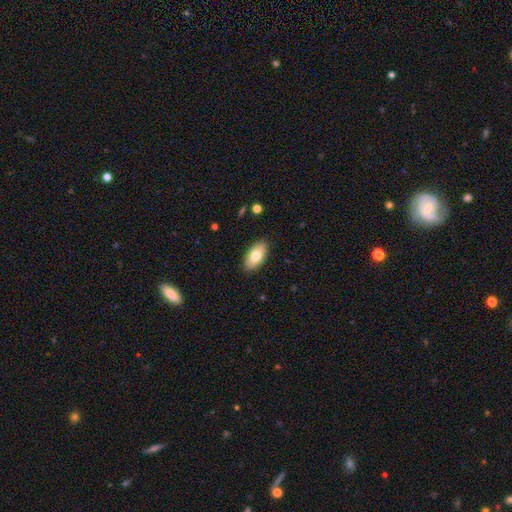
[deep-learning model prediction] Smooth or featured? smooth (76%)
How rounded? in between (92%)
Merging? none (89%)